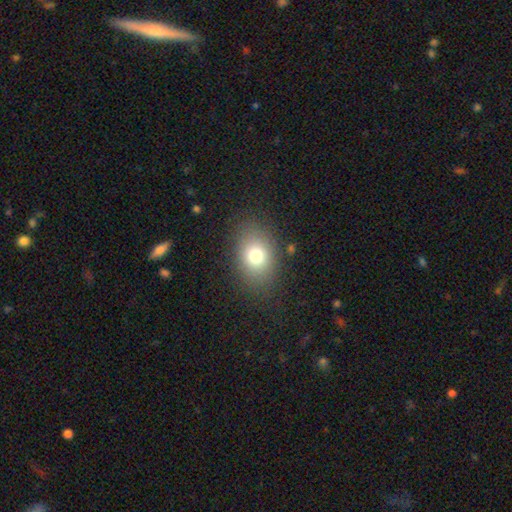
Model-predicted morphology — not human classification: smooth_or_featured: smooth (p=0.76) [alt: star or artifact p=0.12]
how_rounded: in between (p=0.70) [alt: round p=0.29]
merging: none (p=0.82) [alt: minor disturbance p=0.11]